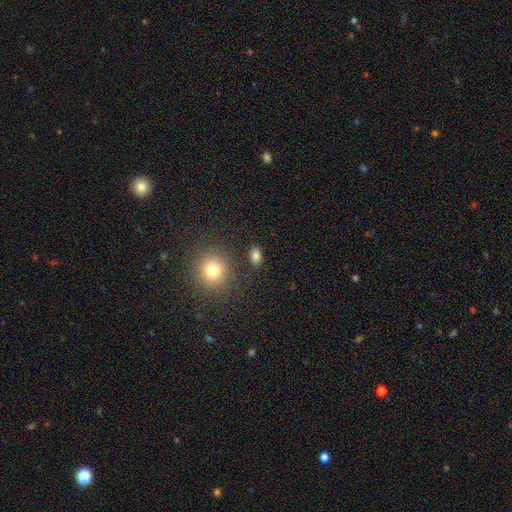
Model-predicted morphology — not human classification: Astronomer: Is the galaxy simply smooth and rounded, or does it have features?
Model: smooth — 82%.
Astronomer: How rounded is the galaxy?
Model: in between — 80%.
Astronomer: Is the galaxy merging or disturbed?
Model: none — 84%.